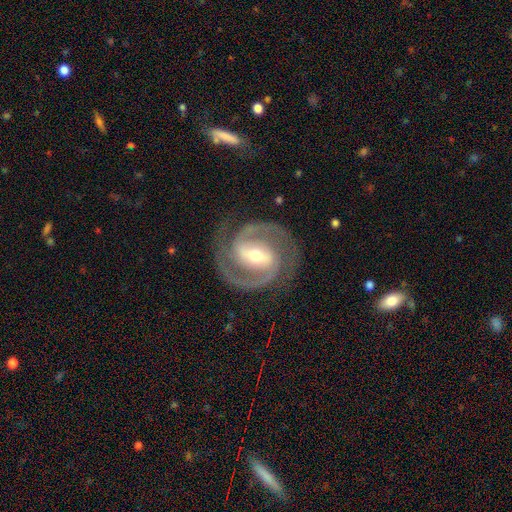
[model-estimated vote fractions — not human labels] Smooth or featured: featured or disk — 93% (star or artifact — 4%)
Edge-on disk: no — 98% (yes — 2%)
Bar: strong — 52% (weak — 34%)
Spiral arms: yes — 98% (no — 2%)
Spiral winding: medium — 47% (tied with tight — 47%)
Spiral arm count: 2 — 93% (3 — 2%)
Bulge size: moderate — 61% (small — 33%)
Merging: none — 85% (minor disturbance — 10%)